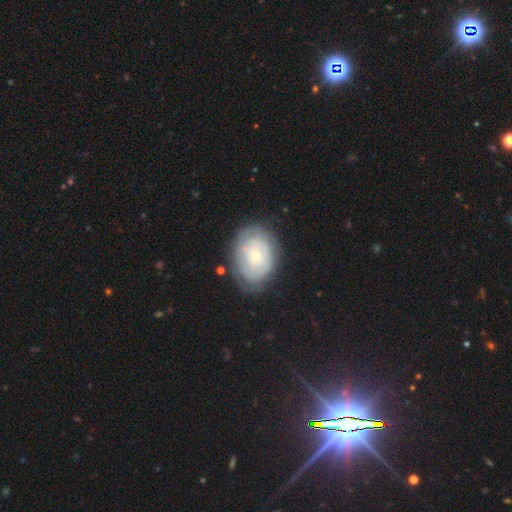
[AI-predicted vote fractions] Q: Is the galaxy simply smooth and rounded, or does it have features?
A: featured or disk — 56%.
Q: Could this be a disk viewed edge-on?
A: no — 96%.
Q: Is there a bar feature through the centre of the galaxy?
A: no — 82%.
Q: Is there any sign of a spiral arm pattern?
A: yes — 61%.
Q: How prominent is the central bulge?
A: small — 70%.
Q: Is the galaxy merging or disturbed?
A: none — 70%.